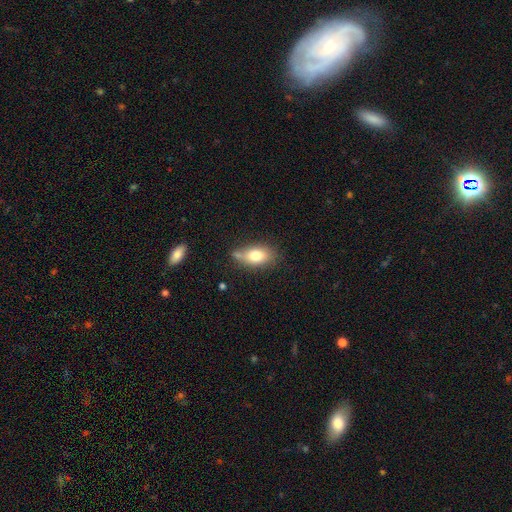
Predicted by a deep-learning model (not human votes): smooth-or-featured: smooth: 77% | featured or disk: 15% | star or artifact: 8%
  how-rounded: in between: 85% | round: 11% | cigar-shaped: 4%
  merging: none: 58% | minor disturbance: 24% | merger: 12% | major disturbance: 6%